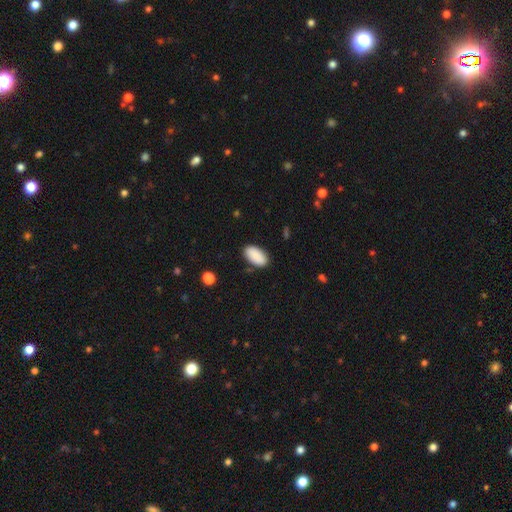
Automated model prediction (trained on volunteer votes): Smooth or featured? Predicted: smooth (p=0.90). How rounded? Predicted: in between (p=0.95). Merging? Predicted: none (p=0.86).